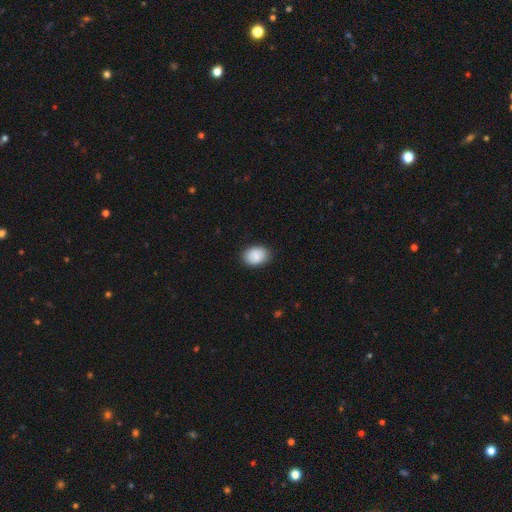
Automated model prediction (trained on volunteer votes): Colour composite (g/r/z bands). It shows a smooth galaxy with no disk features (87%) that is in between round and cigar-shaped (69%). Merging: none (85%).